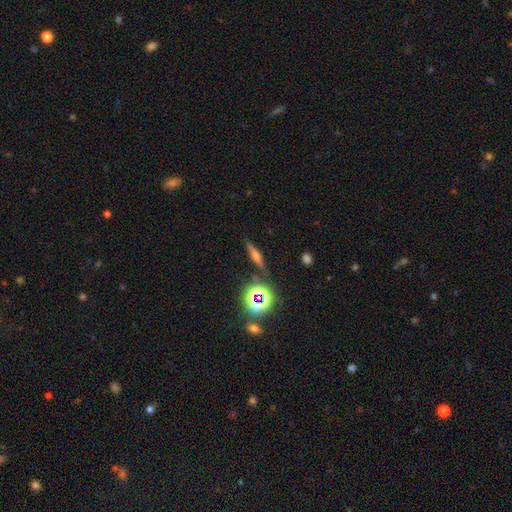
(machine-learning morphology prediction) This is marginally a featured or disk galaxy (42%). Merging: clearly none (85%).